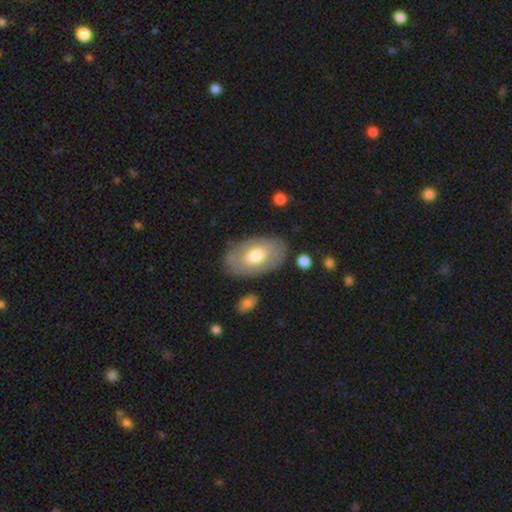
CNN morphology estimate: Q: Smooth or featured?
A: smooth (53%); runner-up: featured or disk (42%)
Q: How rounded?
A: in between (92%); runner-up: round (7%)
Q: Merging?
A: none (79%); runner-up: minor disturbance (14%)